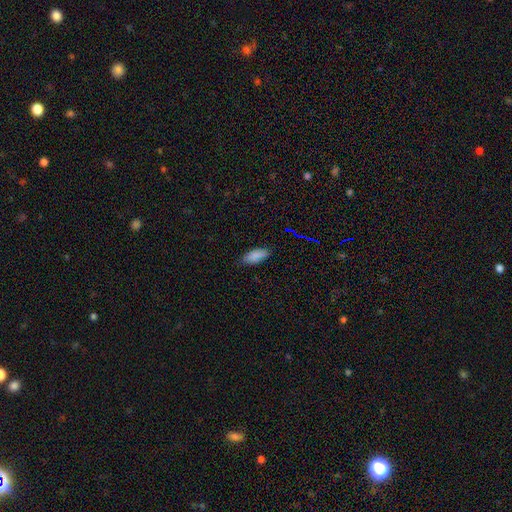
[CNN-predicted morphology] smooth-or-featured: smooth: 82% | star or artifact: 10% | featured or disk: 8%
  how-rounded: in between: 86% | cigar-shaped: 12% | round: 2%
  merging: none: 79% | minor disturbance: 17% | major disturbance: 3% | merger: 1%